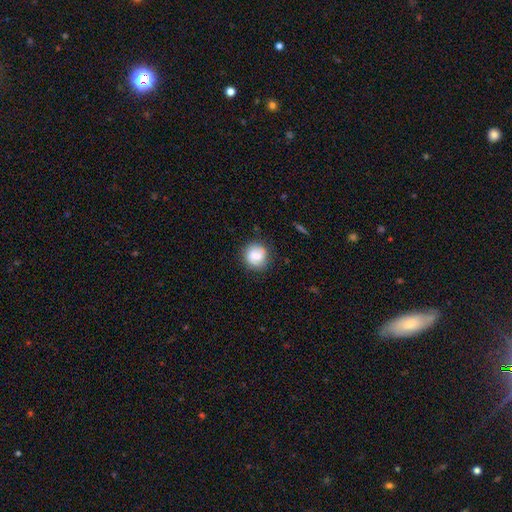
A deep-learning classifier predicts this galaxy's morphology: Q: Smooth or featured?
A: smooth (70%); runner-up: featured or disk (21%)
Q: How rounded?
A: round (87%); runner-up: in between (12%)
Q: Merging?
A: none (79%); runner-up: minor disturbance (14%)